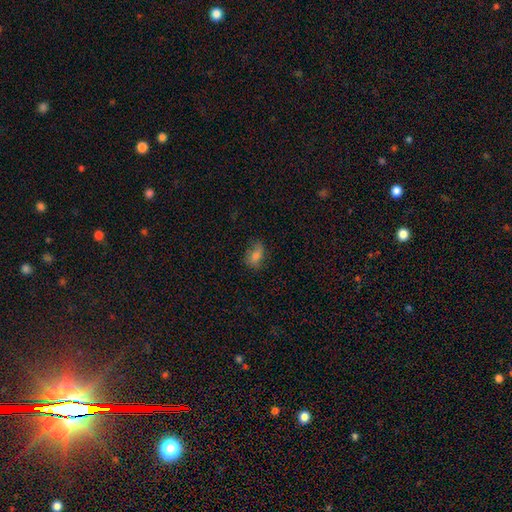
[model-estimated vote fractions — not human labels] smooth 72%, featured or disk 17%, star or artifact 11%. Down the decision tree: how rounded — in between (81%); merging — none (64%).